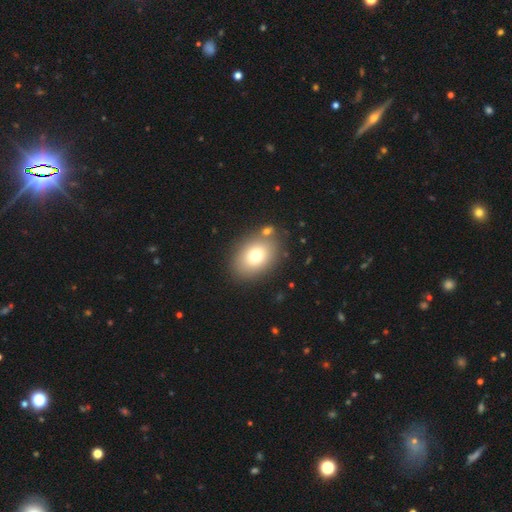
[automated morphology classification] type=smooth (75%); roundness=in between (74%); merging=none (79%).